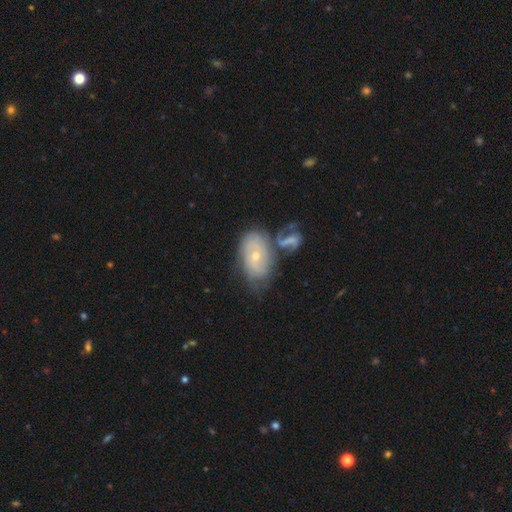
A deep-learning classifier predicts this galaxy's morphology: smooth-or-featured: featured or disk: 70% | smooth: 22% | star or artifact: 8%
  disk-edge-on: no: 95% | yes: 5%
    bar: no: 71% | weak: 24% | strong: 5%
    has-spiral-arms: yes: 84% | no: 16%
      spiral-winding: tight: 60% | medium: 29% | loose: 11%
      spiral-arm-count: can't tell: 48% | 2: 26% | 3: 12% | 4: 6% | 1: 5% | more than 4: 4%
    bulge-size: small: 54% | moderate: 43% | large: 1% | none: 1% | dominant: 1%
  merging: none: 44% | merger: 27% | minor disturbance: 19% | major disturbance: 10%